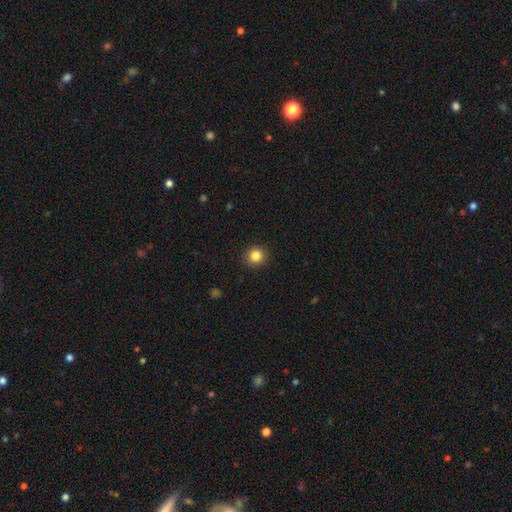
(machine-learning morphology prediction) Smooth or featured? Predicted: smooth (p=0.84). How rounded? Predicted: round (p=0.90). Merging? Predicted: none (p=0.92).